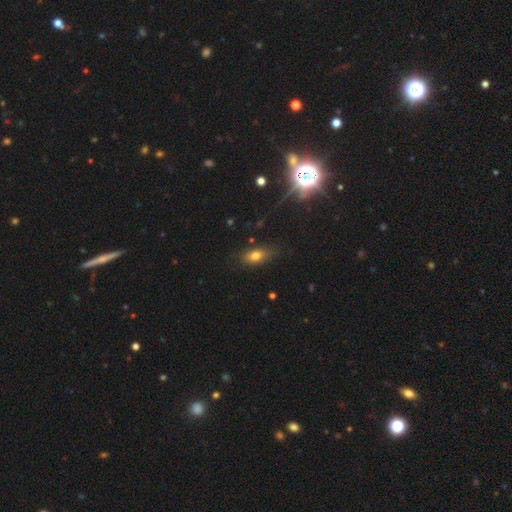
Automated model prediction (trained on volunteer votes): Morphology: type=smooth (71%); roundness=in between (80%); merging=none (76%).